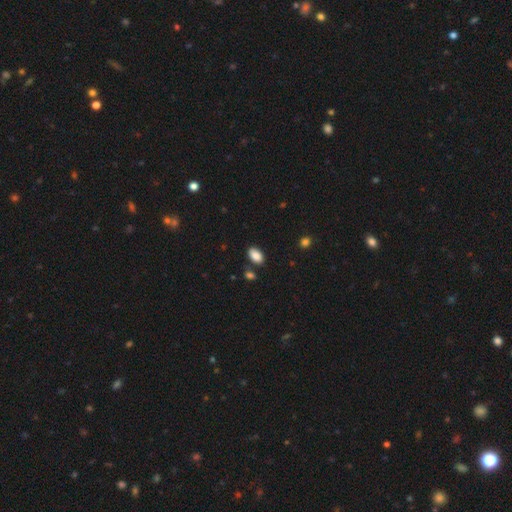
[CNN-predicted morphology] smooth-or-featured: smooth: 88% | star or artifact: 8% | featured or disk: 4%
  how-rounded: in between: 92% | round: 6% | cigar-shaped: 2%
  merging: none: 79% | minor disturbance: 12% | merger: 6% | major disturbance: 3%